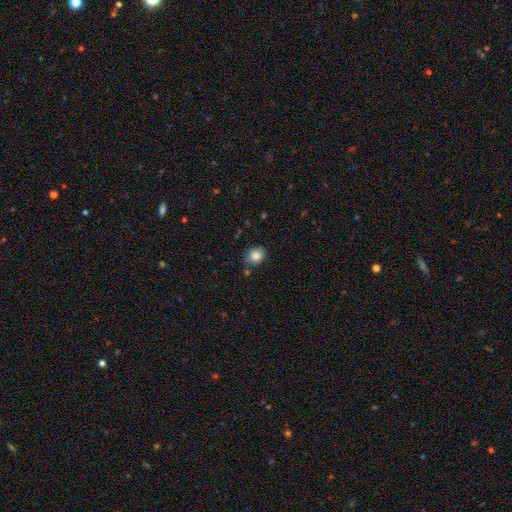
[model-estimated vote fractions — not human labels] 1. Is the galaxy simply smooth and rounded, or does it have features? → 85% smooth, 9% star or artifact, 6% featured or disk.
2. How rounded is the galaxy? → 57% round, 42% in between, 1% cigar-shaped.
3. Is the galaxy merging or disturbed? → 77% none, 15% minor disturbance, 5% merger, 3% major disturbance.